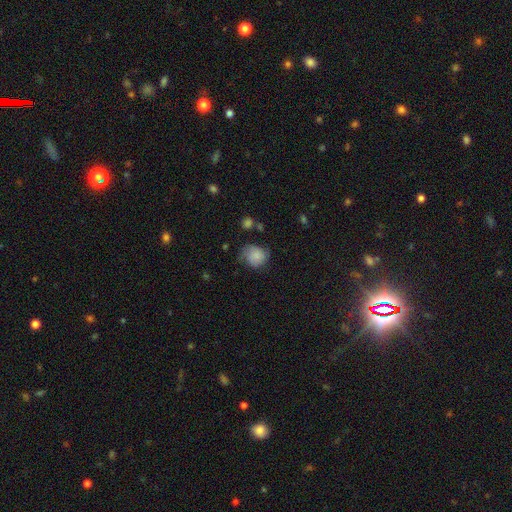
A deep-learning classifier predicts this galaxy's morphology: type=smooth (64%); roundness=round (68%); merging=none (48%).